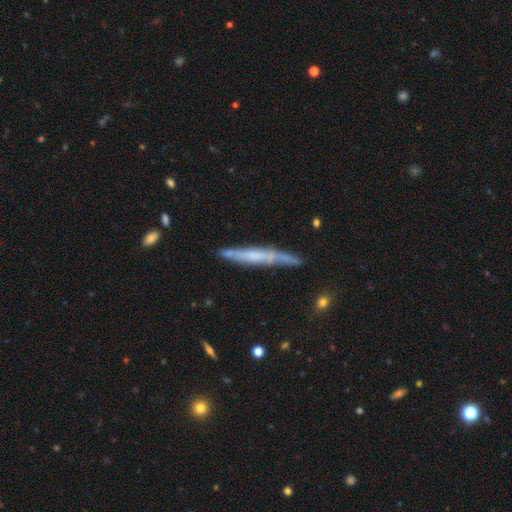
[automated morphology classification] A featured or disk galaxy (57%) viewed edge-on (88%).

Vote fractions:
- Smooth or featured? featured or disk: 57% / smooth: 36% / star or artifact: 7%
- Edge-on disk? yes: 88% / no: 12%
- Merging? none: 74% / minor disturbance: 19% / major disturbance: 4% / merger: 3%